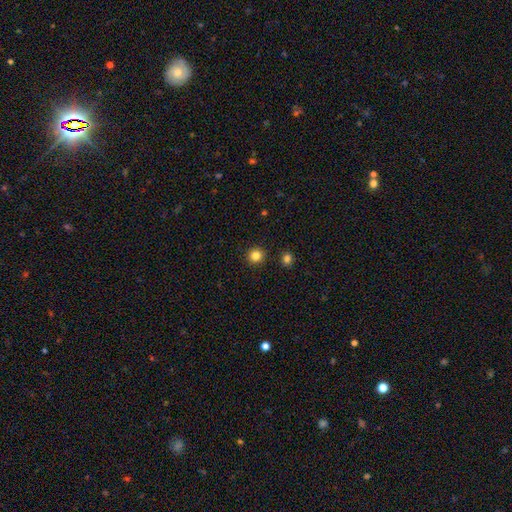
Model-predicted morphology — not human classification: A smooth galaxy with no disk features (83%) that is round (94%). Merging: none (92%).